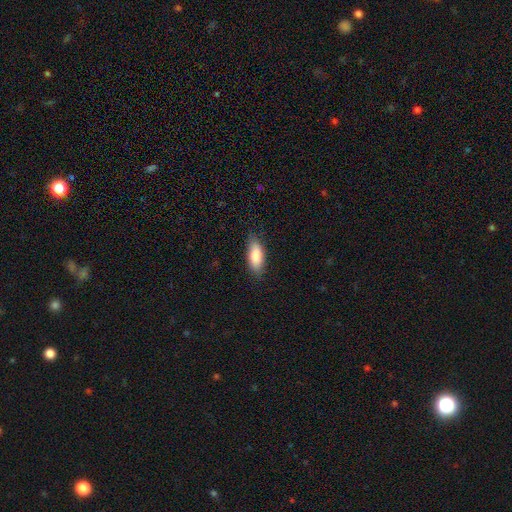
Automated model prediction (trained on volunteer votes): This appears to be a smooth galaxy with no disk features (84%) that is in between round and cigar-shaped (77%). Merging: none (81%).